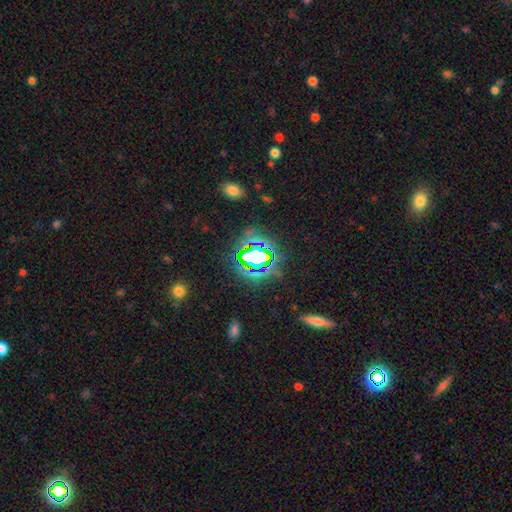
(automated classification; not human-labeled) Smooth or featured?
  - star or artifact: 67% *
  - smooth: 19%
  - featured or disk: 14%